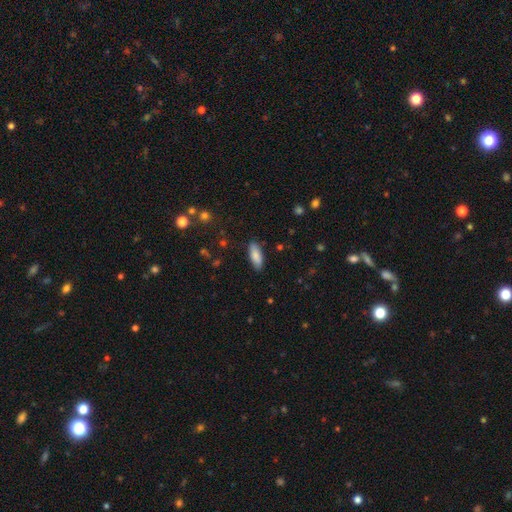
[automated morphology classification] smooth 84%, featured or disk 10%, star or artifact 6%. Down the decision tree: how rounded — in between (72%); merging — none (87%).